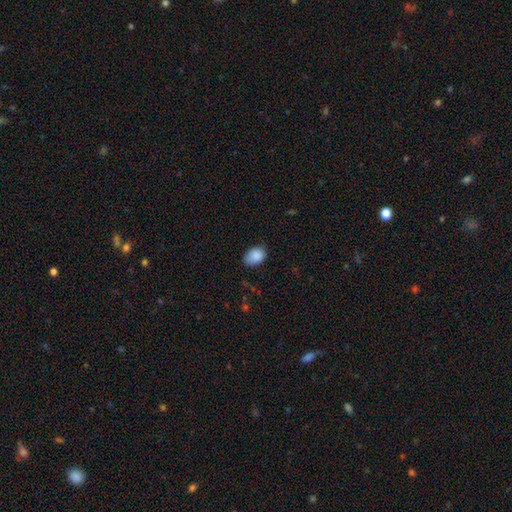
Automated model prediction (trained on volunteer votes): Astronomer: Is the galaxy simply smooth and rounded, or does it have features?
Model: smooth — 88%.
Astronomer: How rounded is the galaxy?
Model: in between — 78%.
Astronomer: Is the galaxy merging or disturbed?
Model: none — 70%.